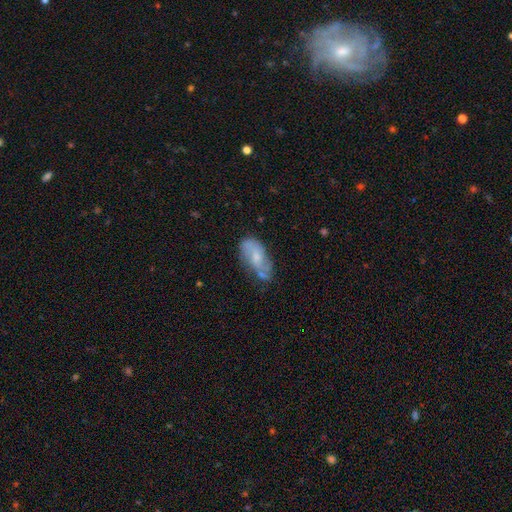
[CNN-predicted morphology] The model was most divided on "smooth or featured": featured or disk: 51%, smooth: 41%, star or artifact: 8%. More confident: edge-on disk — no (93%); merging — none (53%).